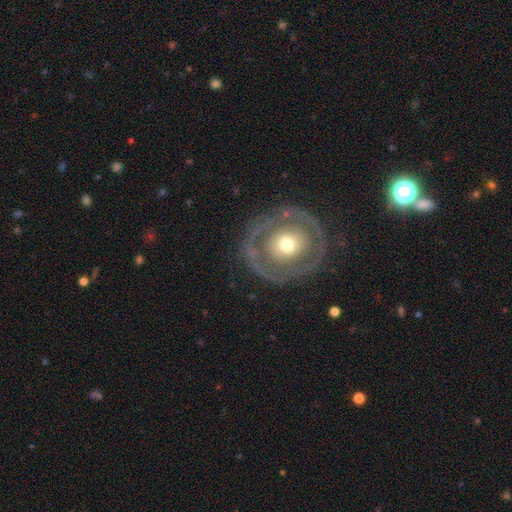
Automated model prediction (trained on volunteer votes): A featured or disk galaxy (68%) with no bar (83%), no spiral arms (65%) and a moderate central bulge (63%).

Vote fractions:
- Smooth or featured? featured or disk: 68% / smooth: 26% / star or artifact: 6%
- Edge-on disk? no: 95% / yes: 5%
- Bar? no: 83% / weak: 11% / strong: 5%
- Spiral arms? no: 65% / yes: 35%
- Bulge size? moderate: 63% / large: 17% / small: 17% / dominant: 2% / none: 1%
- Merging? none: 78% / minor disturbance: 12% / major disturbance: 8% / merger: 1%